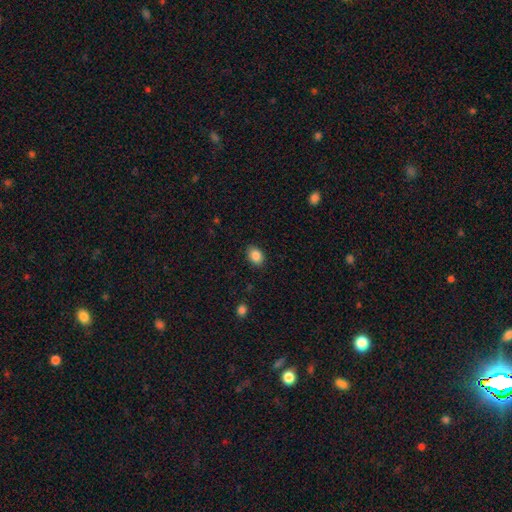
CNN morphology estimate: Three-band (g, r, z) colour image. It shows a smooth galaxy with no disk features (87%) that is in between round and cigar-shaped (75%). Merging: none (87%).